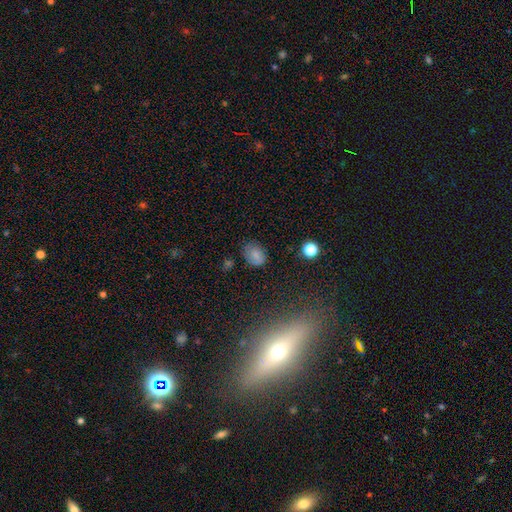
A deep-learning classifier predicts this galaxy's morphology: smooth_or_featured: smooth (p=0.76) [alt: star or artifact p=0.13]
how_rounded: in between (p=0.68) [alt: round p=0.31]
merging: none (p=0.69) [alt: minor disturbance p=0.23]